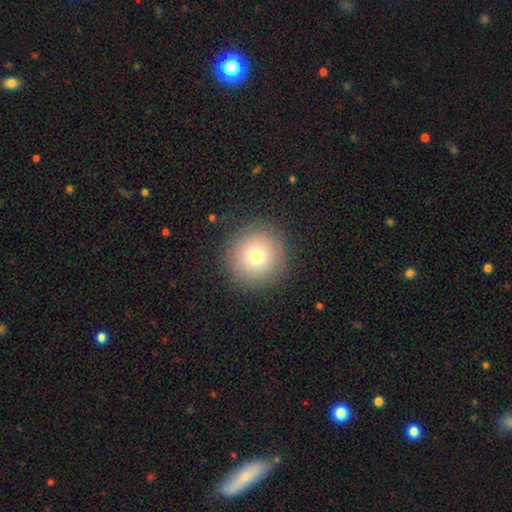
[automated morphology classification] A smooth galaxy with no disk features (76%) that is round (95%). Merging: none (91%).